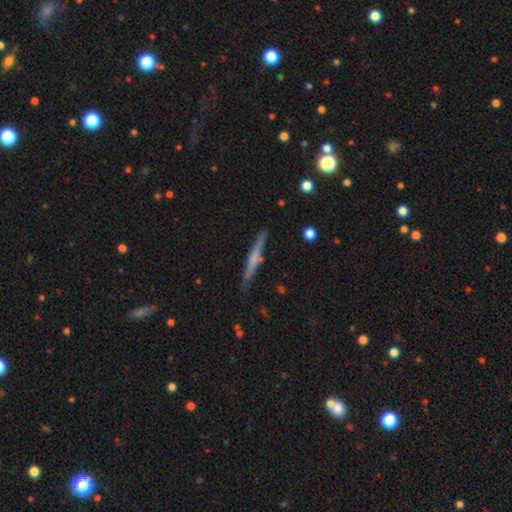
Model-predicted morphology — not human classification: Q: Smooth or featured?
A: featured or disk (57%); runner-up: smooth (35%)
Q: Edge-on disk?
A: yes (96%); runner-up: no (4%)
Q: Edge-on bulge?
A: none (47%); runner-up: rounded (40%)
Q: Merging?
A: none (86%); runner-up: minor disturbance (10%)